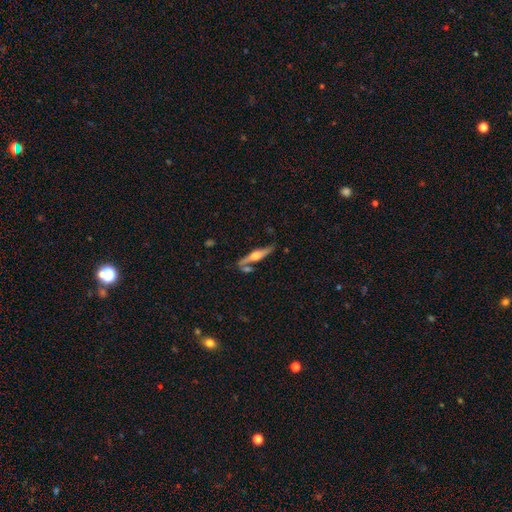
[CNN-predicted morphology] featured or disk 69%, smooth 26%, star or artifact 5%. Down the decision tree: edge-on disk — yes (93%); edge-on bulge — rounded (94%); merging — none (69%).